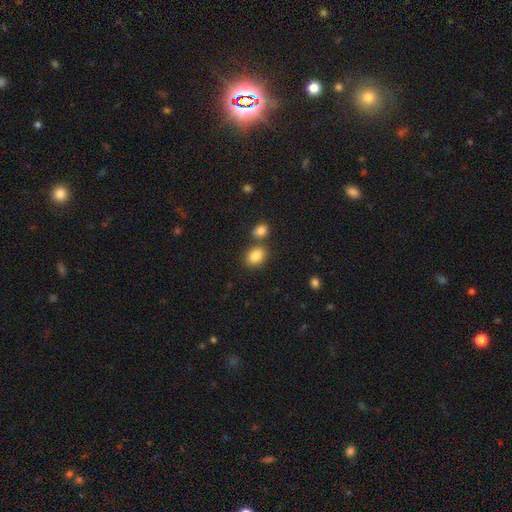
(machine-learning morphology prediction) smooth 86%, star or artifact 9%, featured or disk 6%. Down the decision tree: how rounded — in between (65%); merging — none (63%).